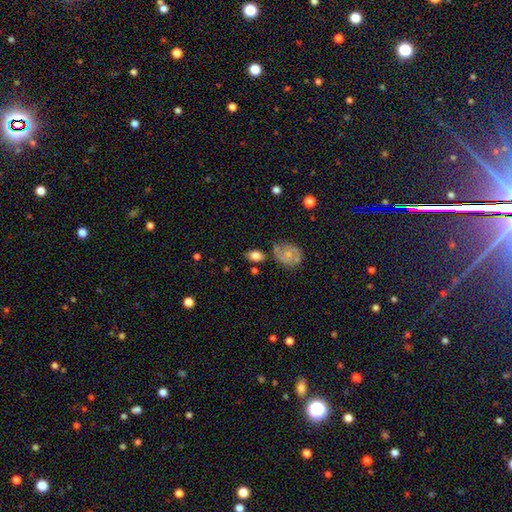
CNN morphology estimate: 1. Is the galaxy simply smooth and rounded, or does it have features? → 76% smooth, 15% featured or disk, 8% star or artifact.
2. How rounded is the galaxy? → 79% in between, 18% round, 3% cigar-shaped.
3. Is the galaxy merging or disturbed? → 66% none, 19% minor disturbance, 9% merger, 6% major disturbance.